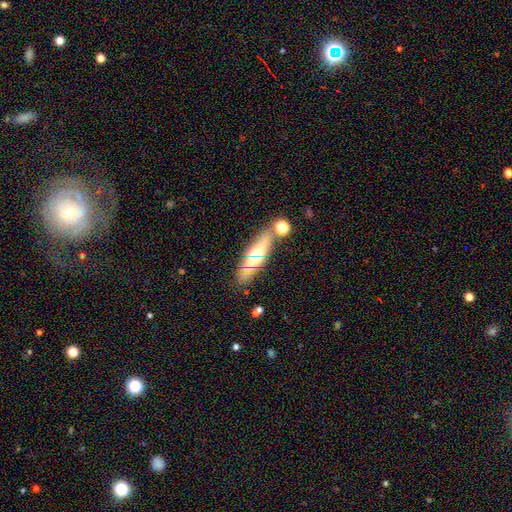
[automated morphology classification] The model was most divided on "smooth or featured": smooth: 47%, featured or disk: 40%, star or artifact: 14%. More confident: merging — none (76%).